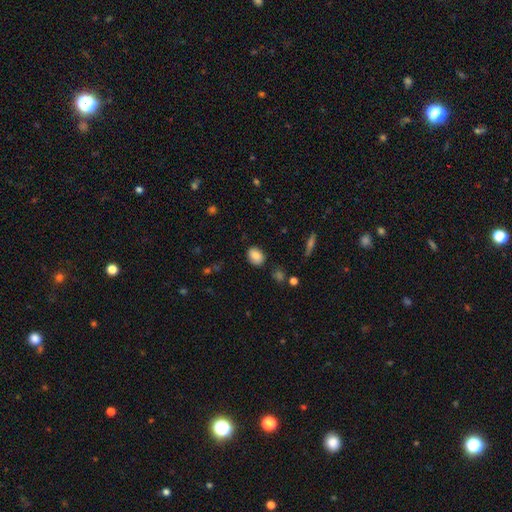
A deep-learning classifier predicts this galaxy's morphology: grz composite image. It shows a smooth galaxy with no disk features (85%) that is in between round and cigar-shaped (74%). Merging: none (83%).